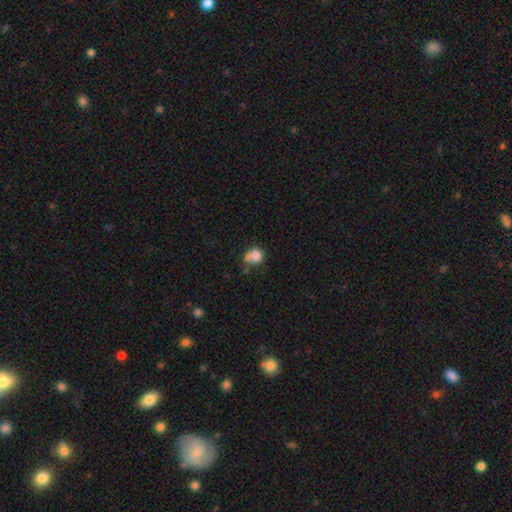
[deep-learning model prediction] A smooth galaxy with no disk features (77%) that is round (70%). Merging: none (36%).